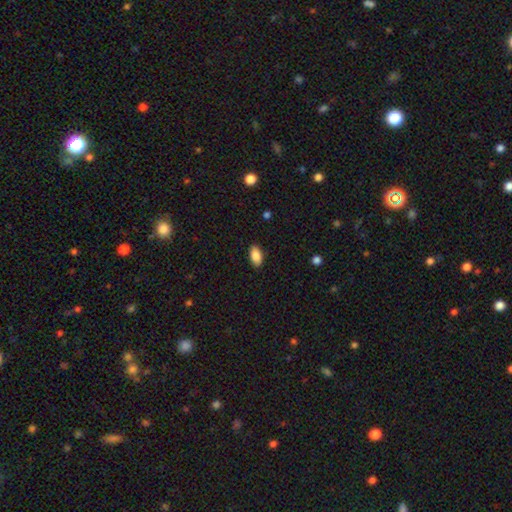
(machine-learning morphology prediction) Smooth or featured? Predicted: smooth (p=0.88). How rounded? Predicted: in between (p=0.93). Merging? Predicted: none (p=0.88).